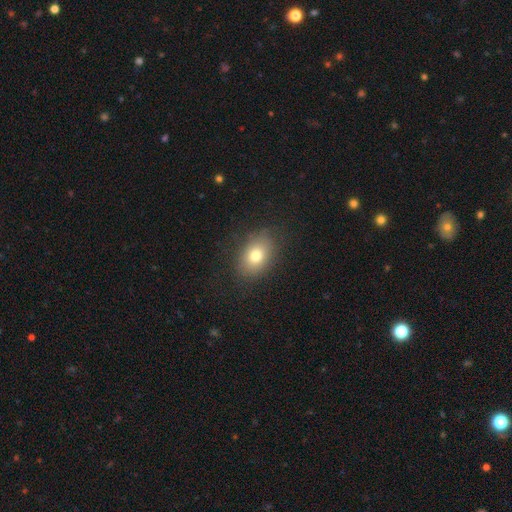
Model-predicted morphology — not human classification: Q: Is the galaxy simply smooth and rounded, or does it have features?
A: smooth — 76%.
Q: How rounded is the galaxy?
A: in between — 77%.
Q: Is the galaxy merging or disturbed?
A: none — 84%.